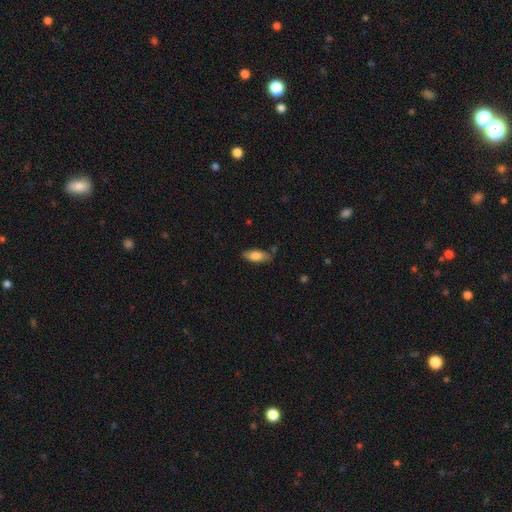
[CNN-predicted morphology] Smooth or featured? Predicted: smooth (p=0.79). How rounded? Predicted: in between (p=0.80). Merging? Predicted: none (p=0.74).